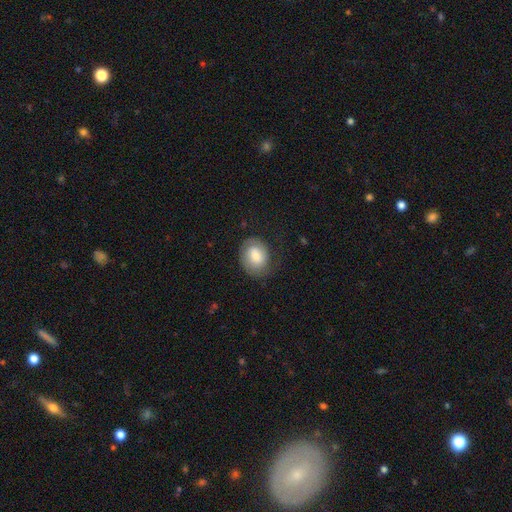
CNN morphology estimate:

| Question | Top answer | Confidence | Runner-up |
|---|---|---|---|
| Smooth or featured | smooth | 61% | featured or disk (32%) |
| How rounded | in between | 58% | round (41%) |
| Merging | none | 63% | minor disturbance (22%) |